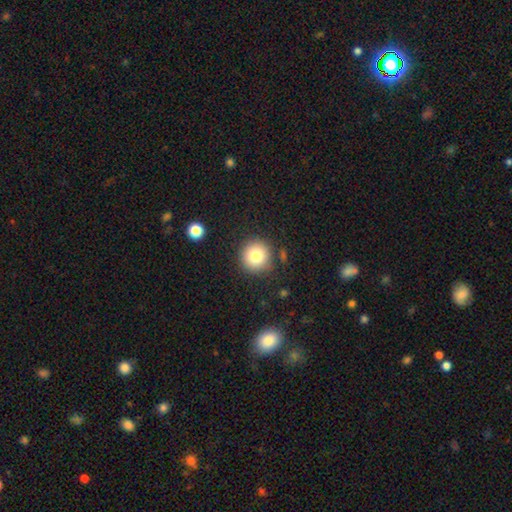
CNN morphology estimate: This is likely a smooth galaxy (79%). How rounded: clearly round (94%). Merging: clearly none (86%).